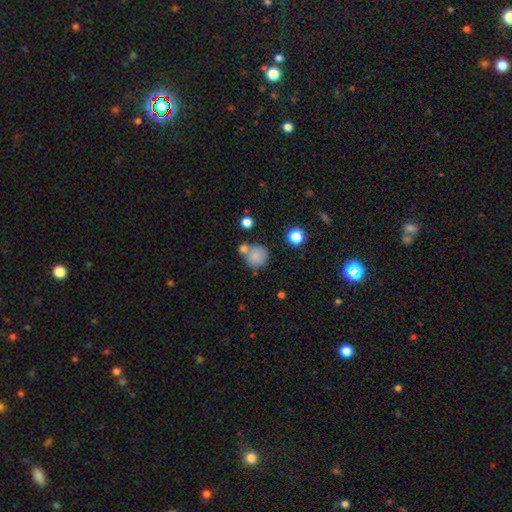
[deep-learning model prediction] smooth 82%, star or artifact 10%, featured or disk 8%. Down the decision tree: how rounded — round (90%); merging — none (63%).